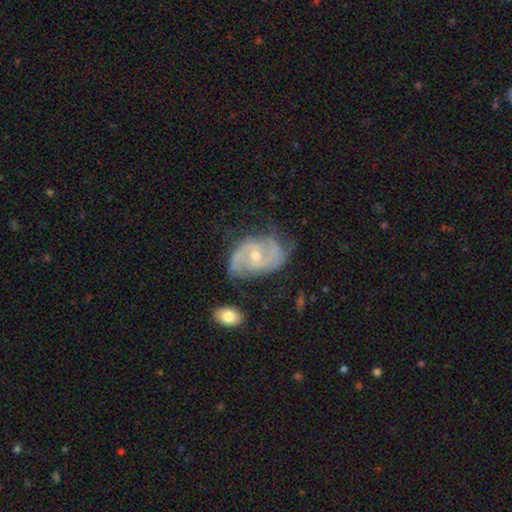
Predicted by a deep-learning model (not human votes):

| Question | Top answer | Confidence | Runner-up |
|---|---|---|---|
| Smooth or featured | featured or disk | 86% | smooth (8%) |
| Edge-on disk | no | 97% | yes (3%) |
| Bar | no | 53% | weak (38%) |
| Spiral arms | yes | 94% | no (6%) |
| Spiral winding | medium | 47% | tight (36%) |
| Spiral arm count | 2 | 68% | can't tell (13%) |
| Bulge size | moderate | 53% | small (44%) |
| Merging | none | 60% | minor disturbance (26%) |